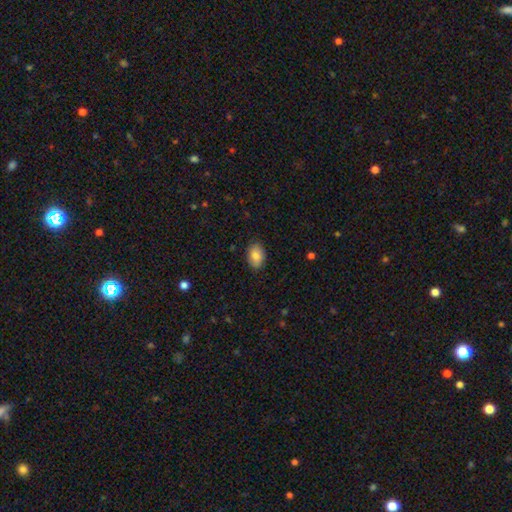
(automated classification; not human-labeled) This appears to be a smooth galaxy with no disk features (83%) that is in between round and cigar-shaped (86%). Merging: none (85%).